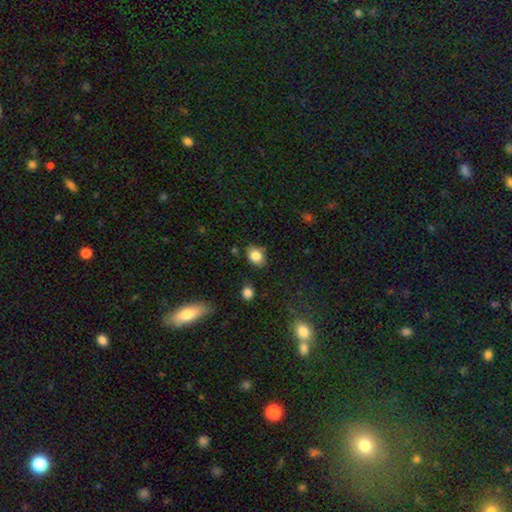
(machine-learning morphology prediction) This appears to be a smooth galaxy with no disk features (83%) that is in between round and cigar-shaped (66%). Merging: none (79%).